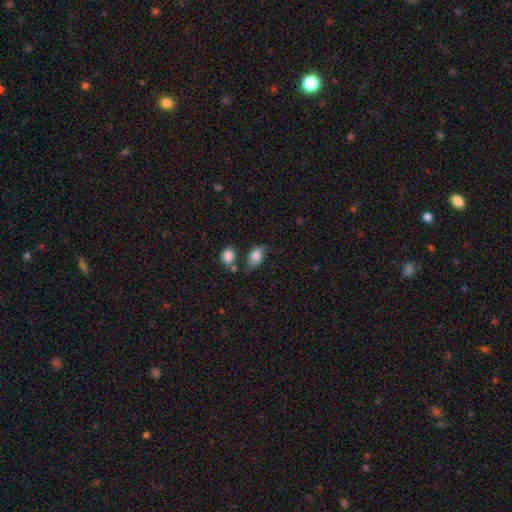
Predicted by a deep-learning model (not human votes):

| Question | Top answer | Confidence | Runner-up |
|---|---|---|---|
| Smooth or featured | smooth | 78% | featured or disk (13%) |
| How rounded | in between | 86% | round (12%) |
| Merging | none | 53% | minor disturbance (26%) |